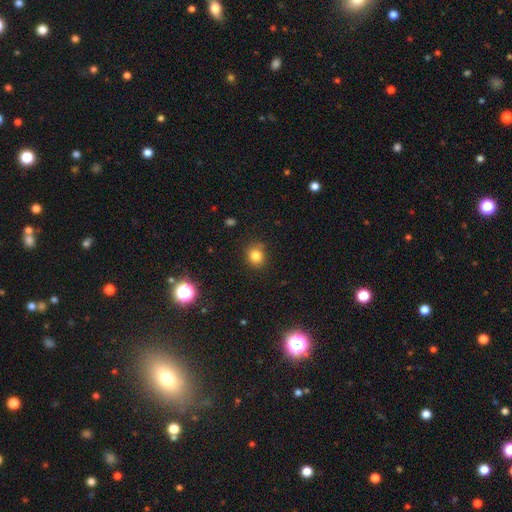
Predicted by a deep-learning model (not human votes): This is clearly a smooth galaxy (82%). How rounded: likely round (80%). Merging: clearly none (84%).